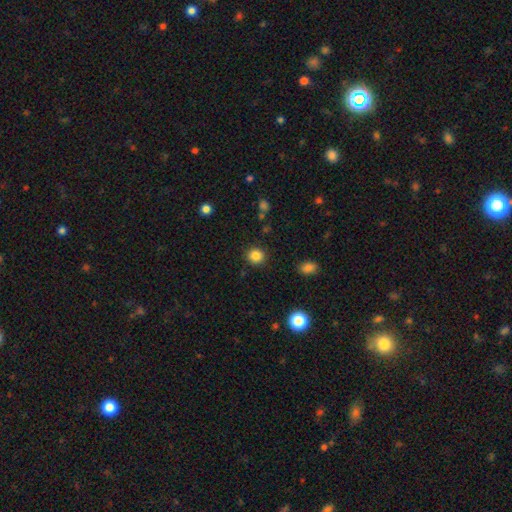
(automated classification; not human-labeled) Overall: smooth (85%). How rounded: round (90%). Merging: none (91%).